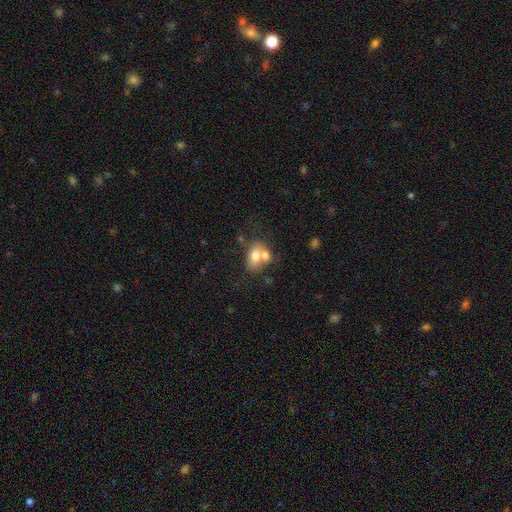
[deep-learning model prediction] Smooth or featured?
  - smooth: 72% *
  - featured or disk: 19%
  - star or artifact: 9%
How rounded?
  - in between: 76% *
  - round: 23%
  - cigar-shaped: 1%
Merging?
  - merger: 52% *
  - none: 32%
  - minor disturbance: 11%
  - major disturbance: 5%